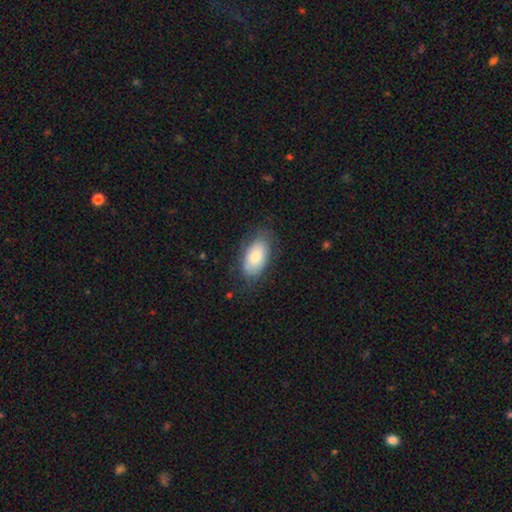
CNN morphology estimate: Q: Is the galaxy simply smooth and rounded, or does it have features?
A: smooth — 76%.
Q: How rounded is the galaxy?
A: in between — 94%.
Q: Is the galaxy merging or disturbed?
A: none — 72%.